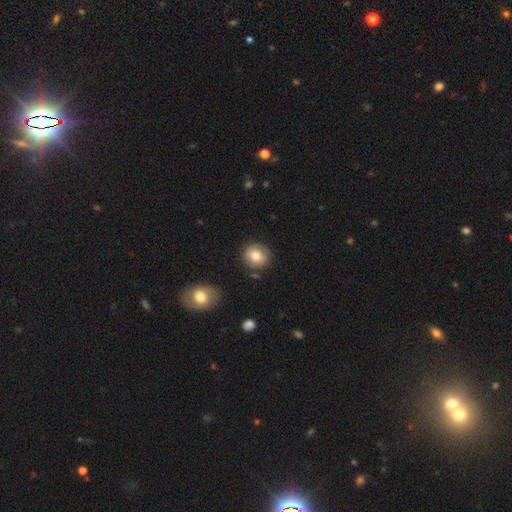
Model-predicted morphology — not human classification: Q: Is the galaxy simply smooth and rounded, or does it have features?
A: smooth — 80%.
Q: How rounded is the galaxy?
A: round — 89%.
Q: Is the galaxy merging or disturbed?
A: none — 86%.